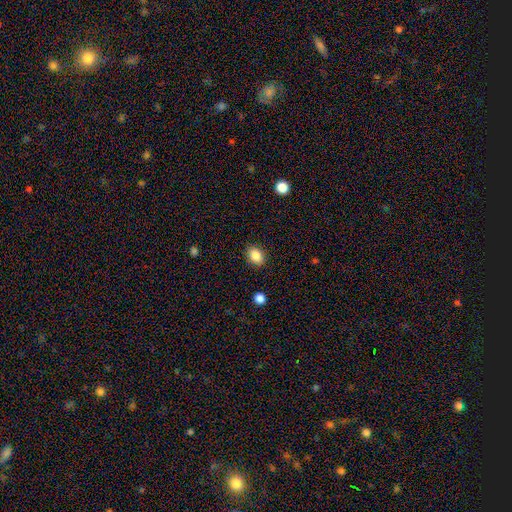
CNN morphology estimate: Smooth or featured? smooth (86%)
How rounded? in between (66%)
Merging? none (89%)